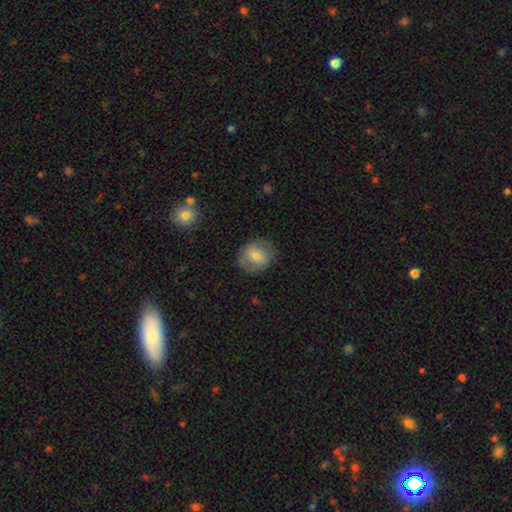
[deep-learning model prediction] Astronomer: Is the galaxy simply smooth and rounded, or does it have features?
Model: smooth — 63%.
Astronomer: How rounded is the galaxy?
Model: round — 69%.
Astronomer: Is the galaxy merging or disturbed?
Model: none — 77%.